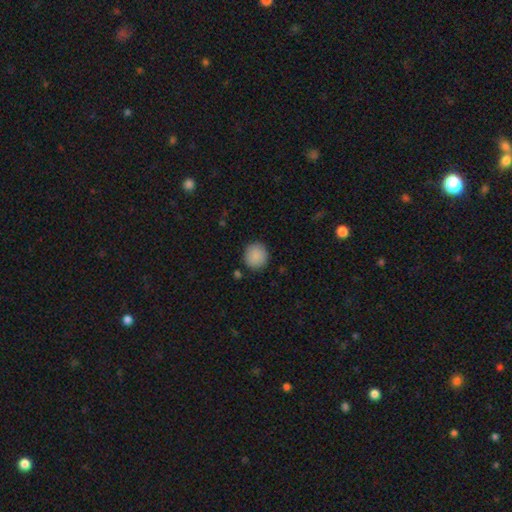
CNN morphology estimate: Smooth or featured?
  - smooth: 89% *
  - star or artifact: 7%
  - featured or disk: 4%
How rounded?
  - round: 90% *
  - in between: 9%
  - cigar-shaped: 1%
Merging?
  - none: 87% *
  - minor disturbance: 8%
  - major disturbance: 2%
  - merger: 2%